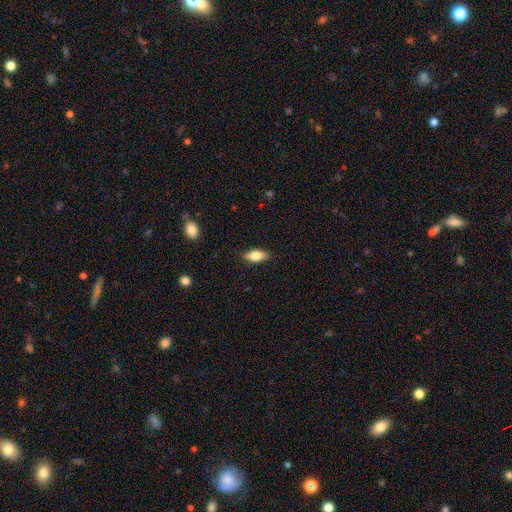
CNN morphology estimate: Overall: smooth (78%). How rounded: in between (84%). Merging: none (87%).